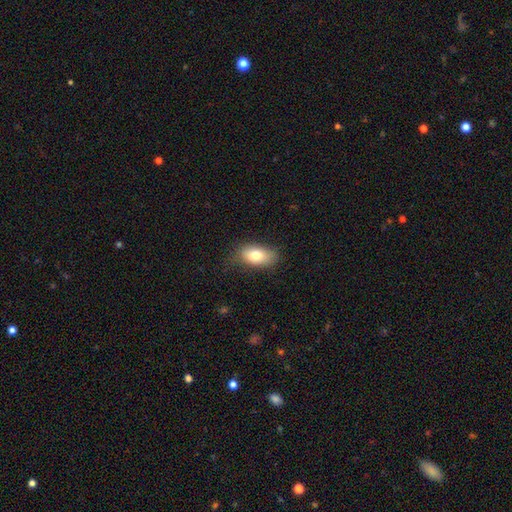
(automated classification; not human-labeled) smooth-or-featured: smooth: 76% | featured or disk: 15% | star or artifact: 8%
  how-rounded: in between: 89% | round: 7% | cigar-shaped: 3%
  merging: none: 72% | minor disturbance: 22% | major disturbance: 5% | merger: 1%